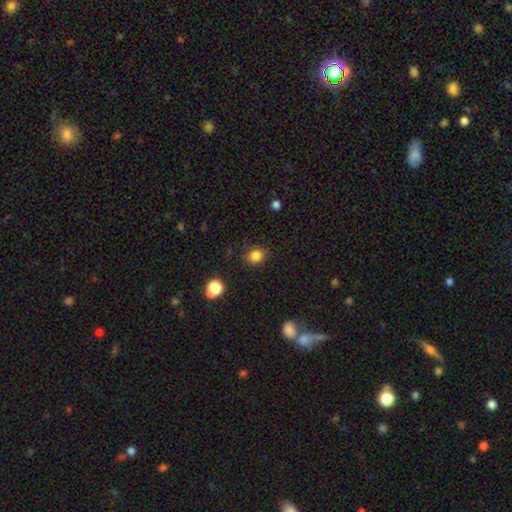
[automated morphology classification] Smooth or featured: smooth — 83% (star or artifact — 12%)
How rounded: round — 63% (in between — 36%)
Merging: none — 81% (minor disturbance — 13%)